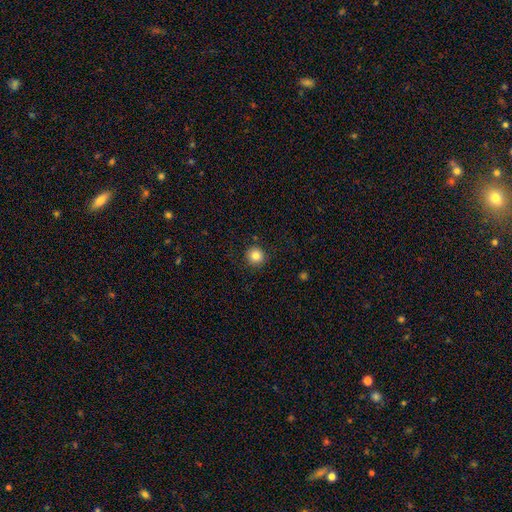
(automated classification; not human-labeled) Smooth or featured? Predicted: smooth (p=0.83). How rounded? Predicted: round (p=0.93). Merging? Predicted: none (p=0.90).